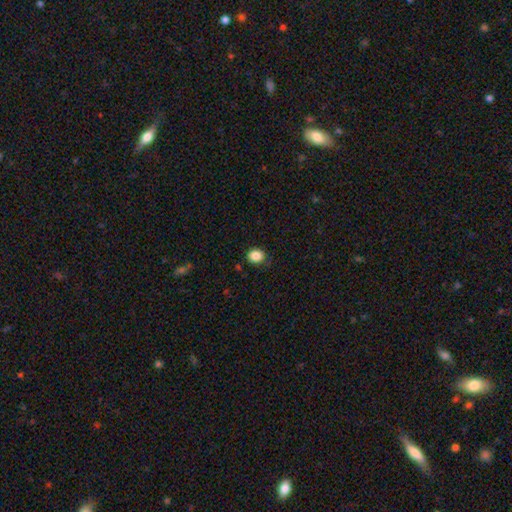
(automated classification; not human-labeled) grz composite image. It shows a smooth galaxy with no disk features (86%) that is round (62%). Merging: none (82%).